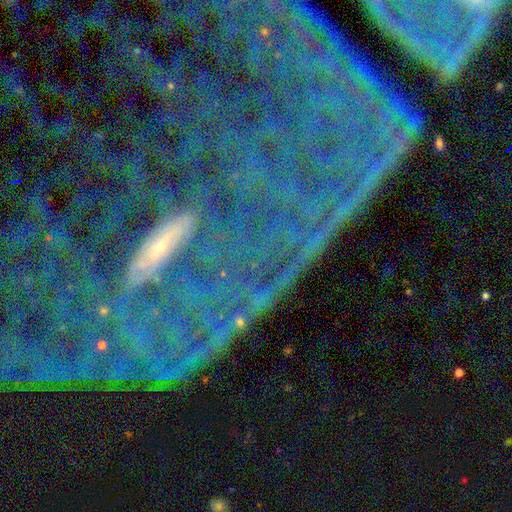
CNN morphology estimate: Smooth or featured? star or artifact (57%)